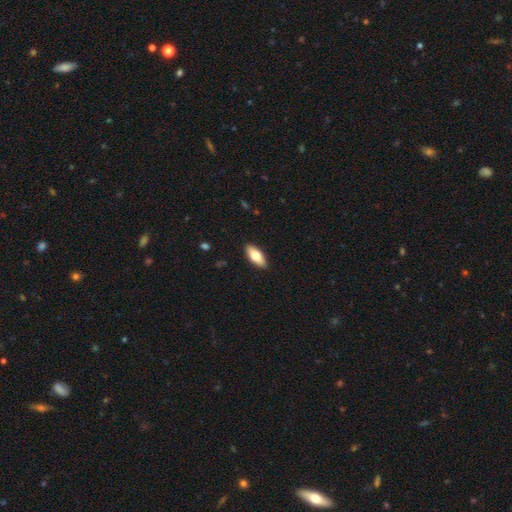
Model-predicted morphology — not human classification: The model was most divided on "smooth or featured": smooth: 72%, featured or disk: 22%, star or artifact: 6%. More confident: merging — none (90%); how rounded — in between (79%).